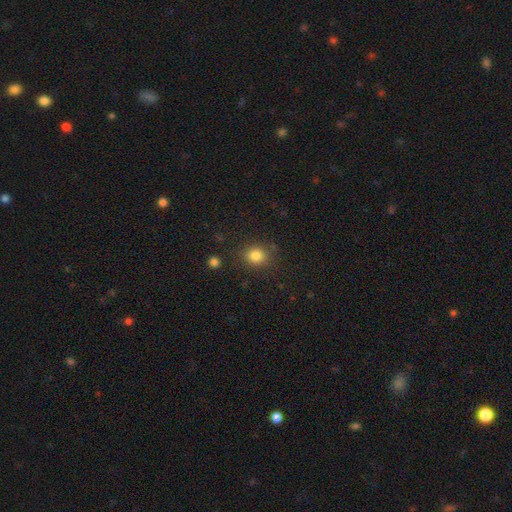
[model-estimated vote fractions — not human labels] Overall: smooth (83%). How rounded: round (77%). Merging: none (83%).